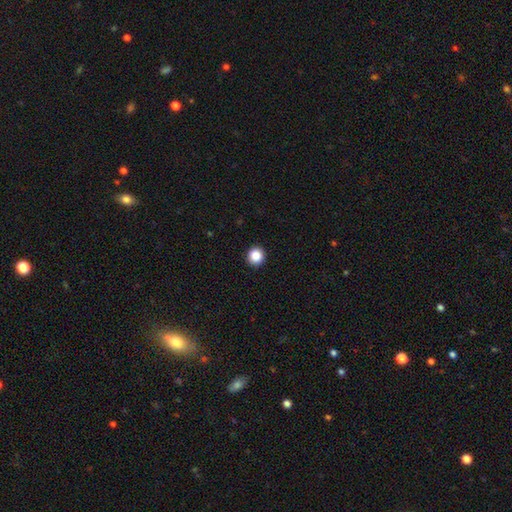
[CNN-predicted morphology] smooth 87%, star or artifact 10%, featured or disk 3%. Down the decision tree: how rounded — round (93%); merging — none (93%).